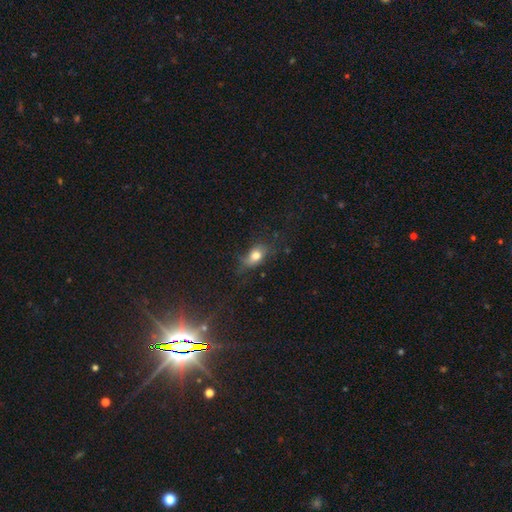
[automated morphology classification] This is likely a smooth galaxy (77%). How rounded: likely in between (76%). Merging: possibly none (58%).